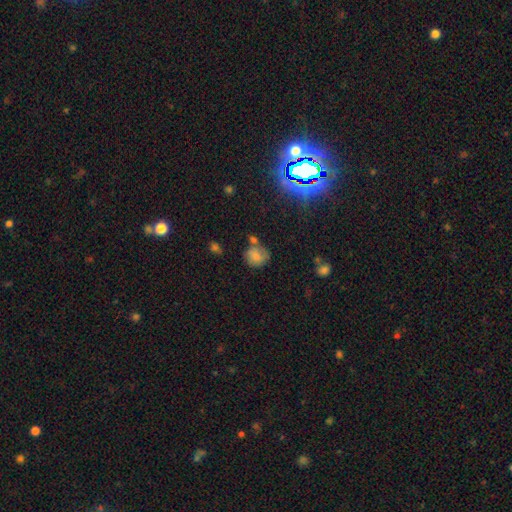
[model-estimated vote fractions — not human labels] The model was most divided on "merging": none: 53%, minor disturbance: 22%, merger: 16%, major disturbance: 8%. More confident: how rounded — round (72%); smooth or featured — smooth (71%).